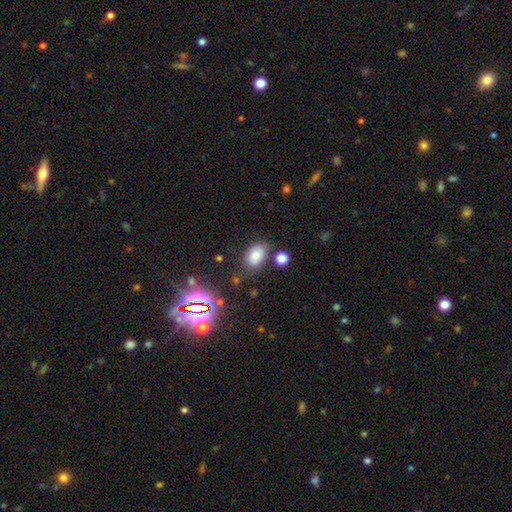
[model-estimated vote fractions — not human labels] Smooth or featured? smooth (76%)
How rounded? in between (81%)
Merging? none (69%)